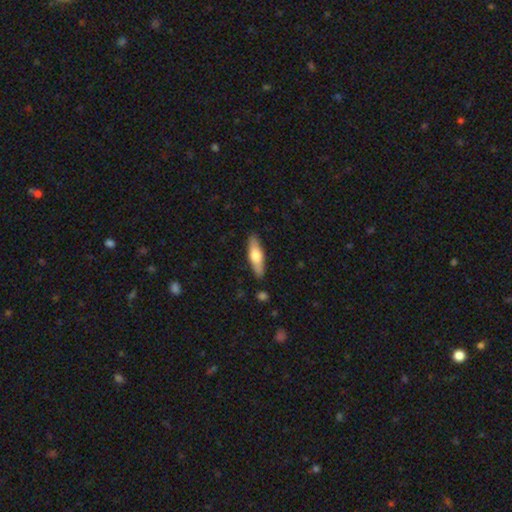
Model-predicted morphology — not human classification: Smooth or featured?
  - smooth: 57% *
  - featured or disk: 38%
  - star or artifact: 5%
How rounded?
  - cigar-shaped: 59% *
  - in between: 39%
  - round: 2%
Merging?
  - none: 88% *
  - minor disturbance: 9%
  - major disturbance: 2%
  - merger: 2%